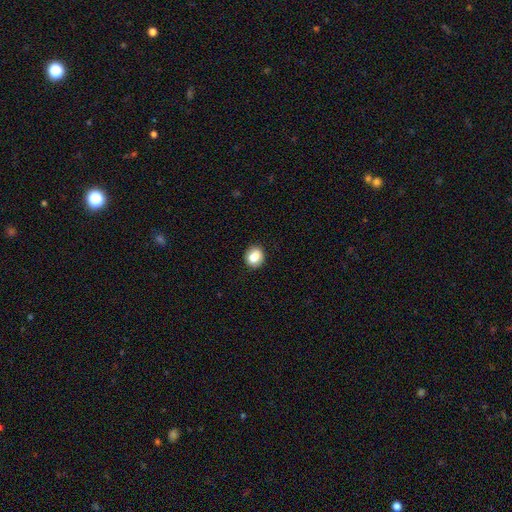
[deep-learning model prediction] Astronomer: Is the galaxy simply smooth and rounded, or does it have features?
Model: smooth — 77%.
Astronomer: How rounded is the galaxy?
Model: round — 73%.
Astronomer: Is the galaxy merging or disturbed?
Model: none — 85%.